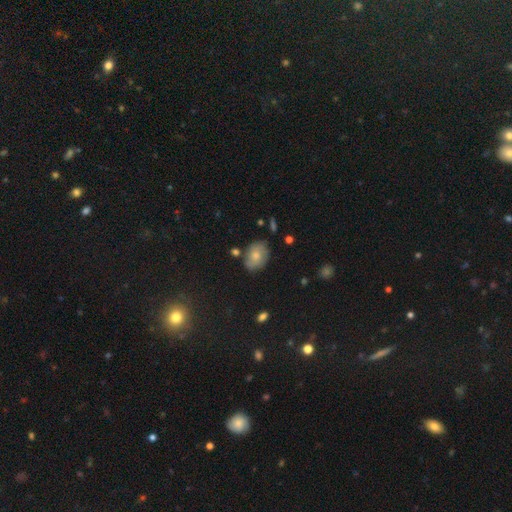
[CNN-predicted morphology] Smooth or featured? Predicted: smooth (p=0.67). How rounded? Predicted: in between (p=0.70). Merging? Predicted: none (p=0.72).